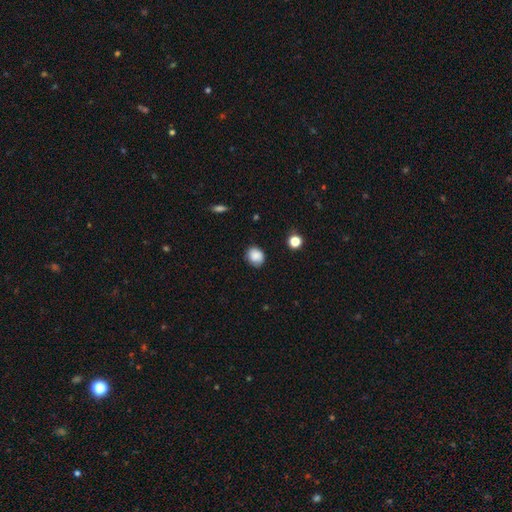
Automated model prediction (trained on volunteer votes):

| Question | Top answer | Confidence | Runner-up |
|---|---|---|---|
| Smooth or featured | smooth | 86% | star or artifact (9%) |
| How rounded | round | 63% | in between (36%) |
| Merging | none | 76% | minor disturbance (19%) |